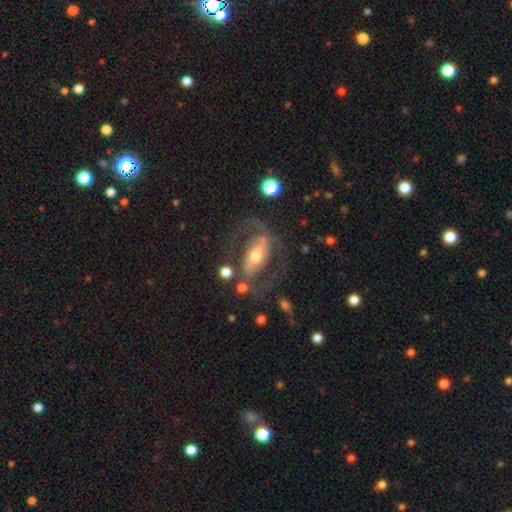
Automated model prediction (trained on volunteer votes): A featured or disk galaxy (76%) with a strong bar (45%), 2 (83%) medium (50%) spiral arms (74%) and a moderate central bulge (57%).

Vote fractions:
- Smooth or featured? featured or disk: 76% / smooth: 17% / star or artifact: 7%
- Edge-on disk? no: 93% / yes: 7%
- Bar? strong: 45% / weak: 28% / no: 26%
- Spiral arms? yes: 74% / no: 26%
- Spiral winding? medium: 50% / loose: 28% / tight: 22%
- Spiral arm count? 2: 83% / can't tell: 8% / 1: 5% / 3: 1% / 4: 1% / more than 4: 1%
- Bulge size? moderate: 57% / small: 32% / large: 8% / none: 2% / dominant: 2%
- Merging? none: 59% / major disturbance: 21% / minor disturbance: 15% / merger: 4%